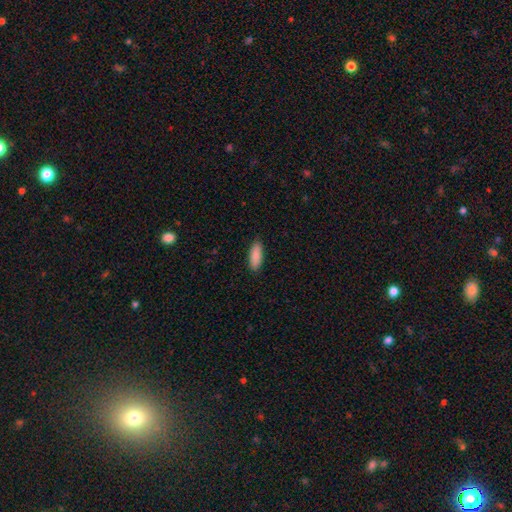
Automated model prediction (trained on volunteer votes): smooth 89%, star or artifact 6%, featured or disk 6%. Down the decision tree: how rounded — in between (68%); merging — none (87%).